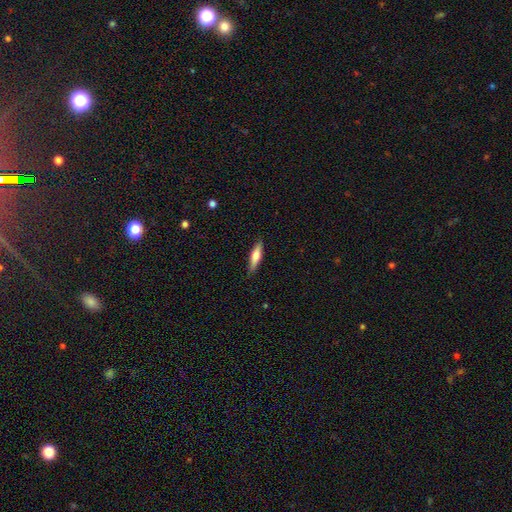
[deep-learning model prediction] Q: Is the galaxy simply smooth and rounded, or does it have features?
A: smooth — 64%.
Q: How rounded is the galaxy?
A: cigar-shaped — 70%.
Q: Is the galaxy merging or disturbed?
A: none — 86%.